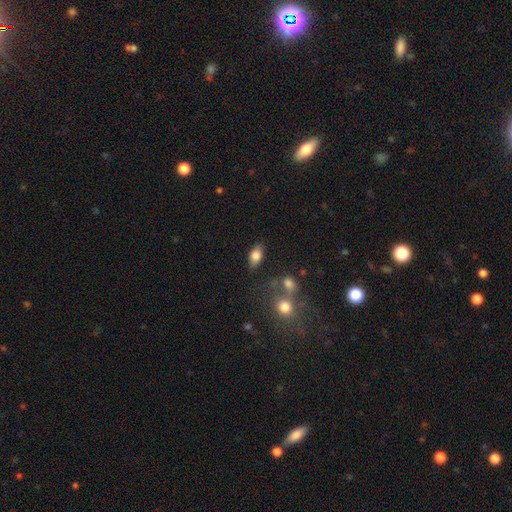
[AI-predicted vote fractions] smooth 77%, featured or disk 15%, star or artifact 8%. Down the decision tree: how rounded — in between (87%); merging — none (80%).